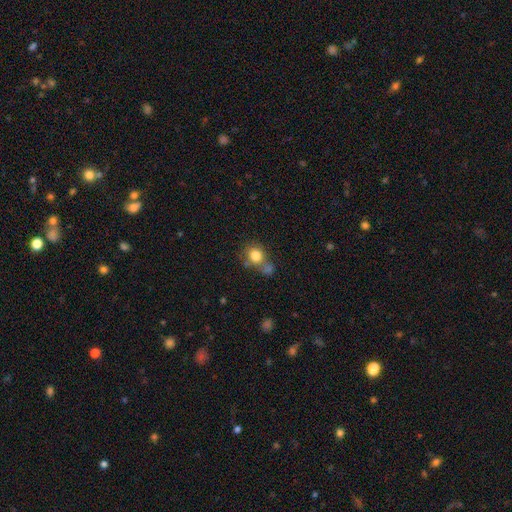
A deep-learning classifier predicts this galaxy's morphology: Smooth or featured? Predicted: smooth (p=0.80). How rounded? Predicted: round (p=0.75). Merging? Predicted: none (p=0.51).